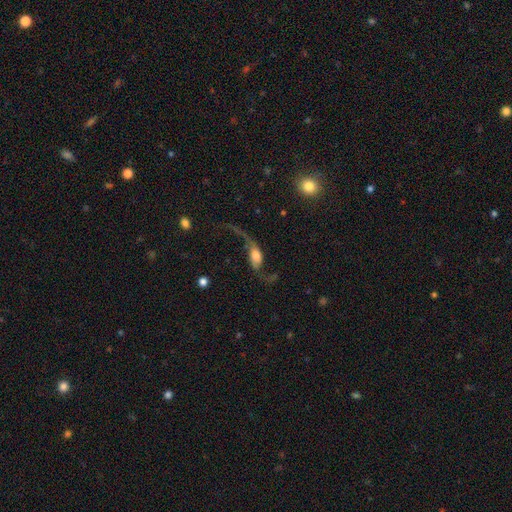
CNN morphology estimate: Smooth or featured: featured or disk — 68% (smooth — 24%)
Edge-on disk: no — 89% (yes — 11%)
Bar: no — 58% (weak — 29%)
Spiral arms: yes — 85% (no — 15%)
Spiral winding: loose — 93% (medium — 5%)
Spiral arm count: 2 — 82% (1 — 13%)
Bulge size: moderate — 54% (small — 21%)
Merging: major disturbance — 43% (none — 36%)